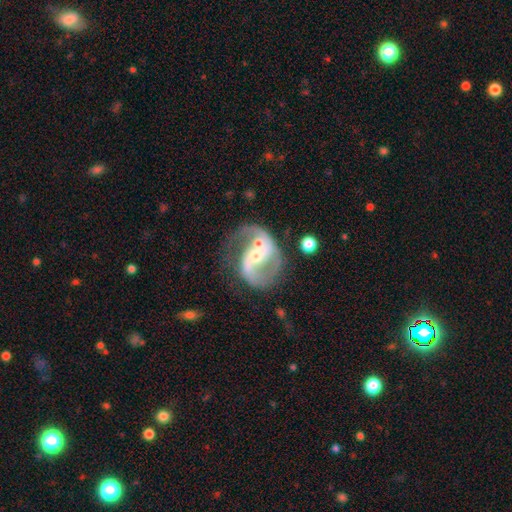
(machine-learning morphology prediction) Smooth or featured? featured or disk (87%)
Edge-on disk? no (97%)
Bar? strong (44%)
Spiral arms? yes (95%)
Spiral winding? medium (50%)
Spiral arm count? 2 (87%)
Bulge size? small (51%)
Merging? none (70%)